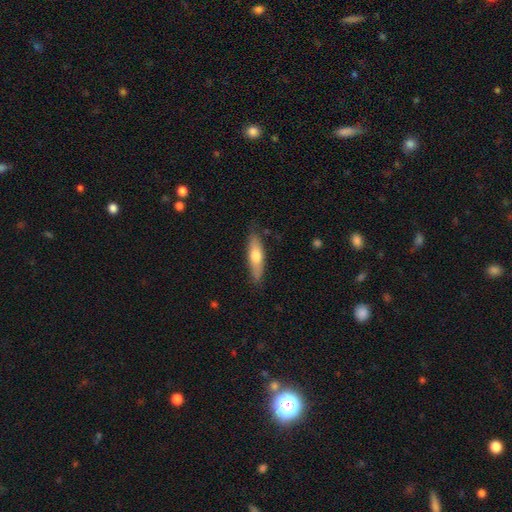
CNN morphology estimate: This is likely a smooth galaxy (63%). How rounded: likely cigar-shaped (63%). Merging: clearly none (82%).